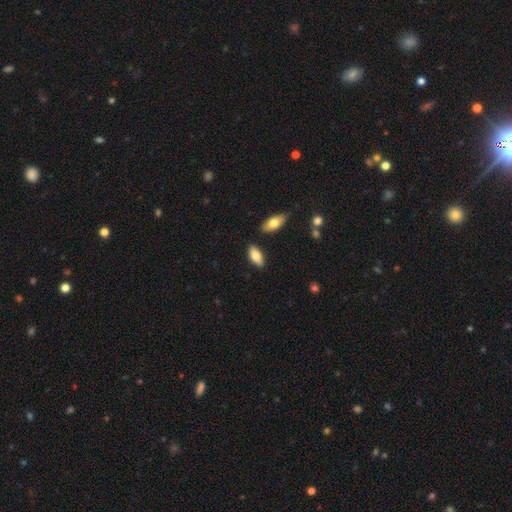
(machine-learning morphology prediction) This appears to be a smooth galaxy with no disk features (79%) that is in between round and cigar-shaped (88%). Merging: none (84%).